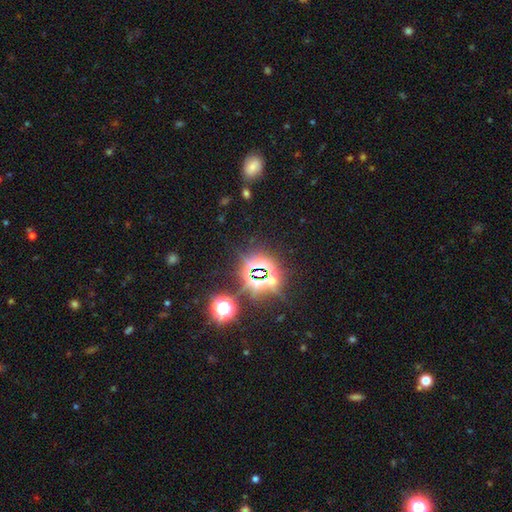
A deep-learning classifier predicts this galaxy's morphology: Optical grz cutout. It shows a star or artifact, not a galaxy (79%).